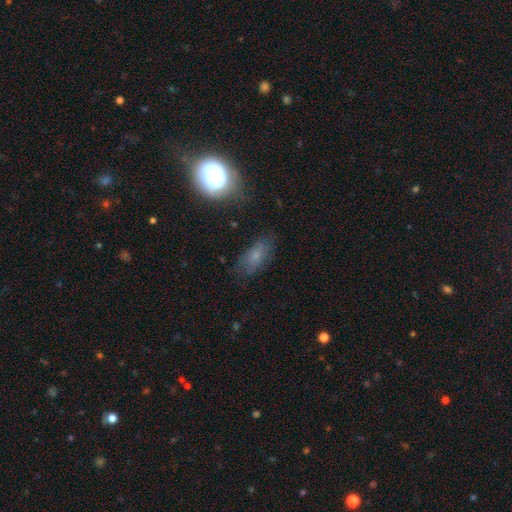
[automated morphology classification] Overall: smooth (64%). How rounded: in between (82%). Merging: none (70%).